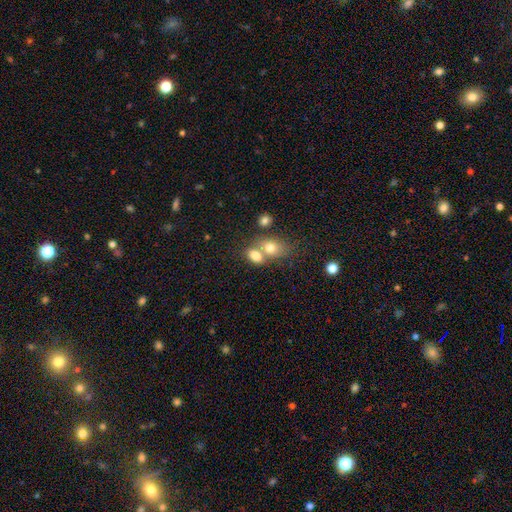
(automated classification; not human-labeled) Overall: smooth (77%). How rounded: in between (75%). Merging: merger (58%; none 29%).